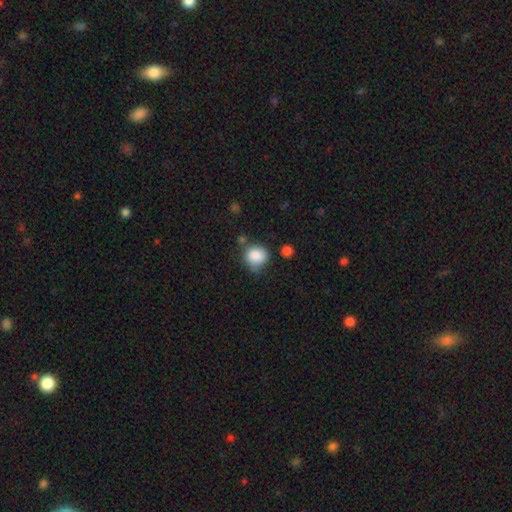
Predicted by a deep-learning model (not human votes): A smooth galaxy with no disk features (86%) that is round (77%). Merging: none (59%).